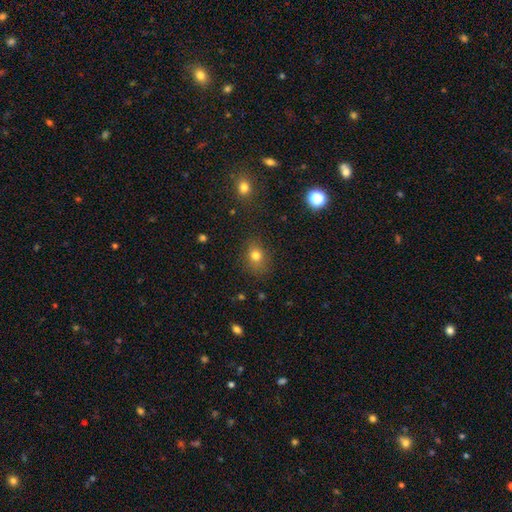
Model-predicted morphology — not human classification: Overall: smooth (76%). How rounded: round (52%; in between 46%). Merging: none (81%).